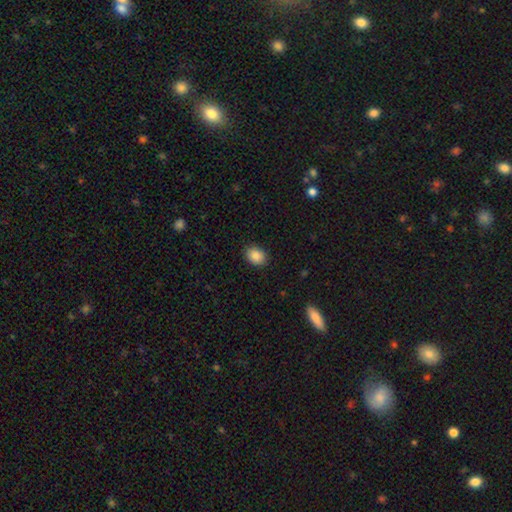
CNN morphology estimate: Smooth or featured? smooth (87%)
How rounded? in between (62%)
Merging? none (88%)